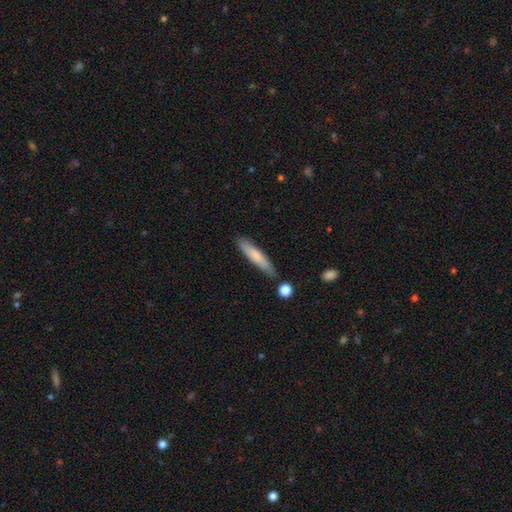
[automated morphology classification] Smooth or featured?
  - smooth: 73% *
  - featured or disk: 22%
  - star or artifact: 5%
How rounded?
  - cigar-shaped: 87% *
  - in between: 11%
  - round: 1%
Merging?
  - none: 80% *
  - minor disturbance: 14%
  - merger: 4%
  - major disturbance: 3%